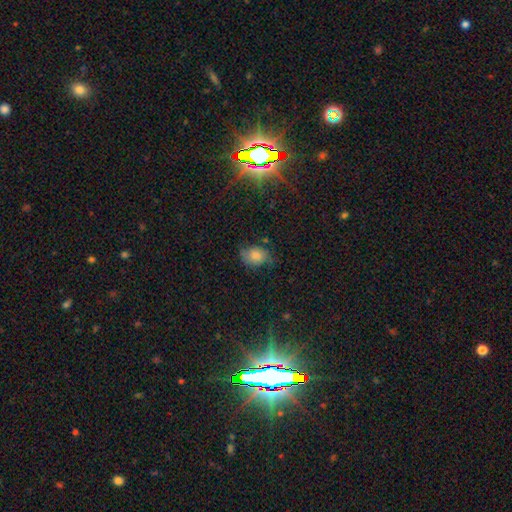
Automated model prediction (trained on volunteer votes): smooth_or_featured: smooth (p=0.67) [alt: featured or disk p=0.21]
how_rounded: in between (p=0.64) [alt: round p=0.35]
merging: none (p=0.56) [alt: minor disturbance p=0.30]